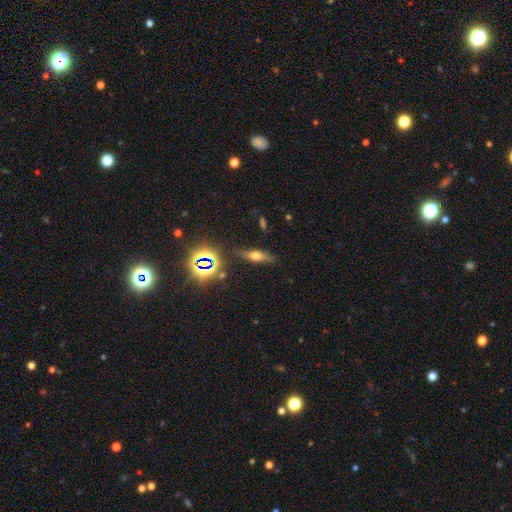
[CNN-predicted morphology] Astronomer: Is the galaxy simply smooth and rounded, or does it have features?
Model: smooth — 47% (runner-up: featured or disk, 33%).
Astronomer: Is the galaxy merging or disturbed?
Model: none — 79%.